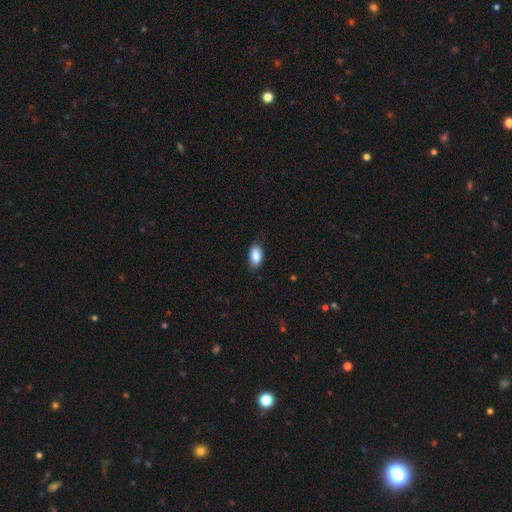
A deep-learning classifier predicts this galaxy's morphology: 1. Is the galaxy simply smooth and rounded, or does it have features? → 88% smooth, 7% star or artifact, 5% featured or disk.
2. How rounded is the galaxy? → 92% in between, 5% round, 3% cigar-shaped.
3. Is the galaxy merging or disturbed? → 79% none, 17% minor disturbance, 3% major disturbance, 1% merger.